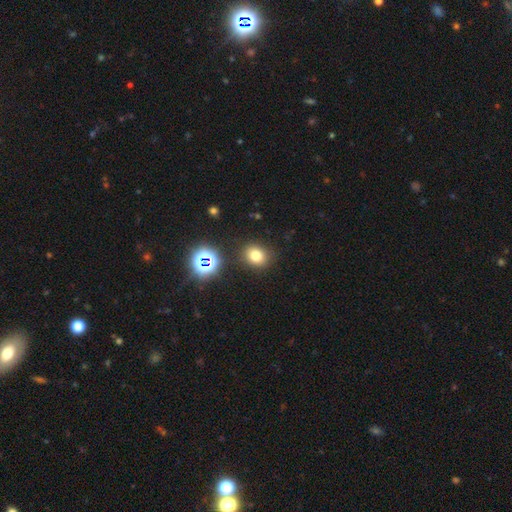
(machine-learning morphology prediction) smooth 75%, star or artifact 17%, featured or disk 8%. Down the decision tree: how rounded — round (68%); merging — none (85%).